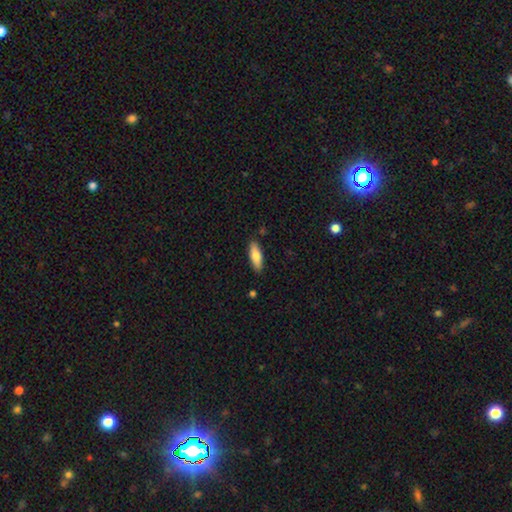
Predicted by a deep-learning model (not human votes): Morphology: type=smooth (76%); roundness=in between (57%); merging=none (87%).